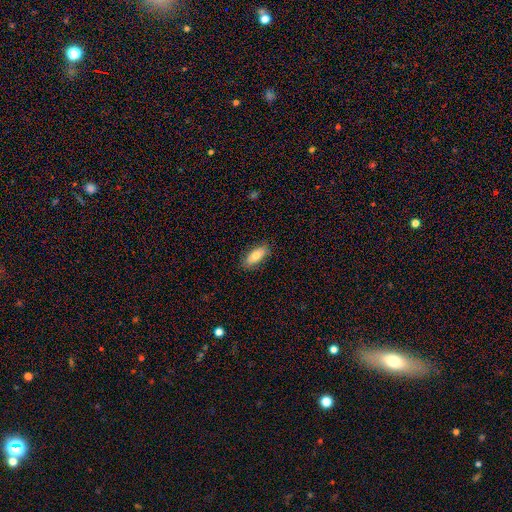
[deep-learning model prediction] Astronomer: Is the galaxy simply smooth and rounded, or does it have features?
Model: smooth — 74%.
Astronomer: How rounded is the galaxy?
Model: in between — 82%.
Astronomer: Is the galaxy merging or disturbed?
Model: none — 86%.